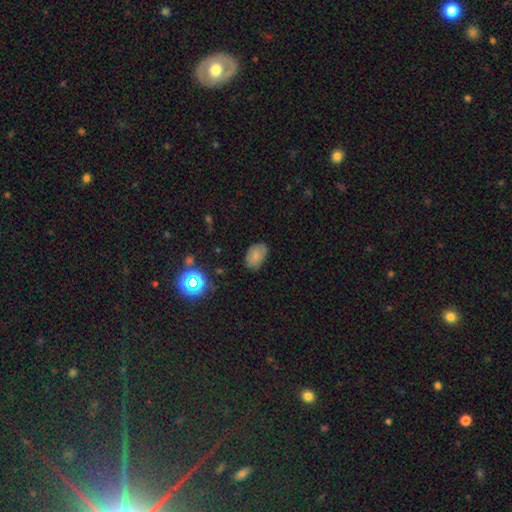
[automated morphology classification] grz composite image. It shows a smooth galaxy with no disk features (74%) that is in between round and cigar-shaped (86%). Merging: none (75%).